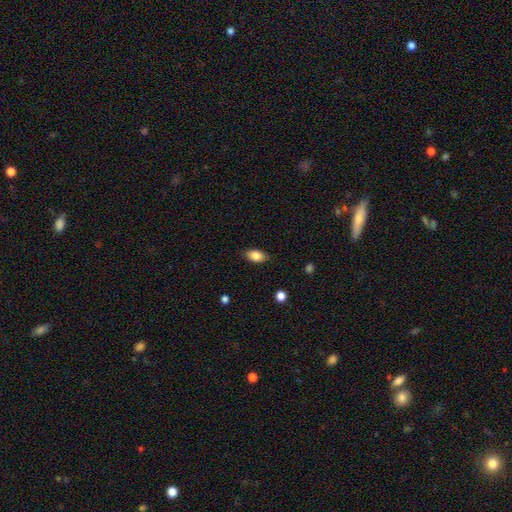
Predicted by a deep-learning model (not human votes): Morphology: type=smooth (83%); roundness=in between (89%); merging=none (84%).